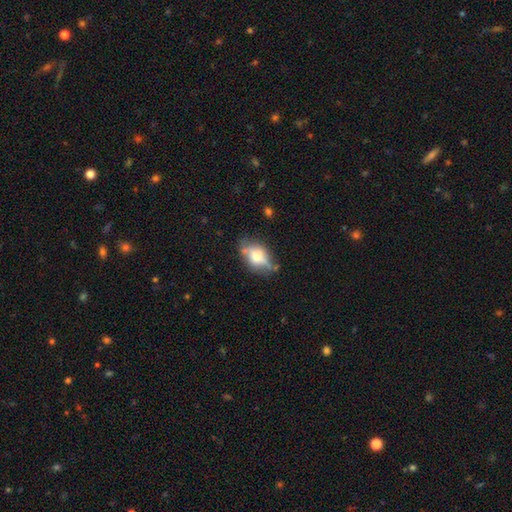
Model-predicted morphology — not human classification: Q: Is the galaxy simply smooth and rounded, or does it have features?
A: smooth — 56%.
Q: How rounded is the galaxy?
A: in between — 83%.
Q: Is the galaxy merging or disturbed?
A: none — 56%.